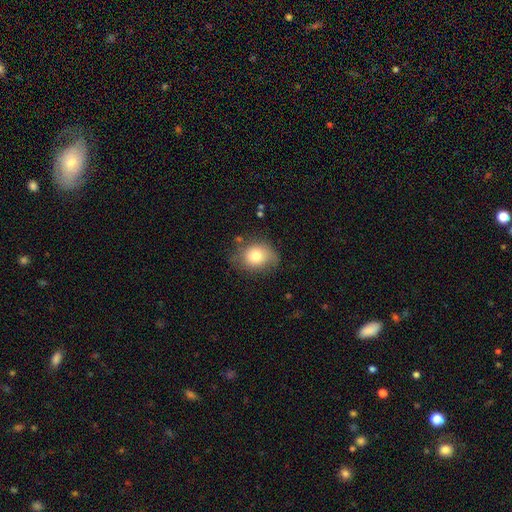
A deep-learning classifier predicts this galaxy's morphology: smooth_or_featured: smooth (p=0.77) [alt: featured or disk p=0.13]
how_rounded: round (p=0.54) [alt: in between p=0.45]
merging: none (p=0.63) [alt: minor disturbance p=0.27]